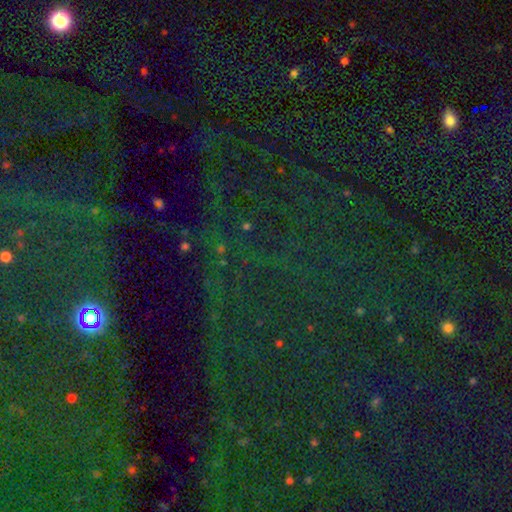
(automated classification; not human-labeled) Q: Smooth or featured?
A: star or artifact (80%); runner-up: smooth (11%)